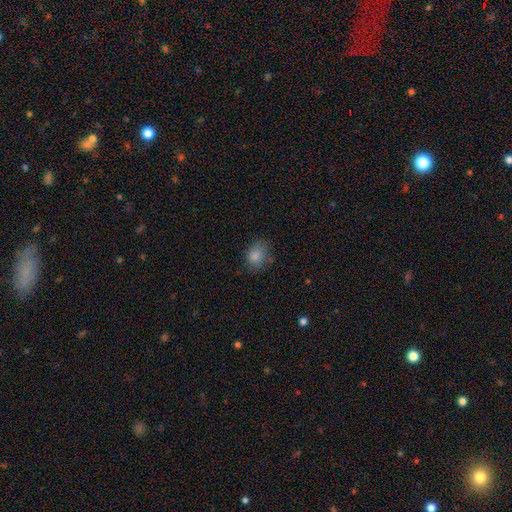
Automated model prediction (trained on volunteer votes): This appears to be a smooth galaxy with no disk features (84%) that is in between round and cigar-shaped (59%). Merging: none (70%).